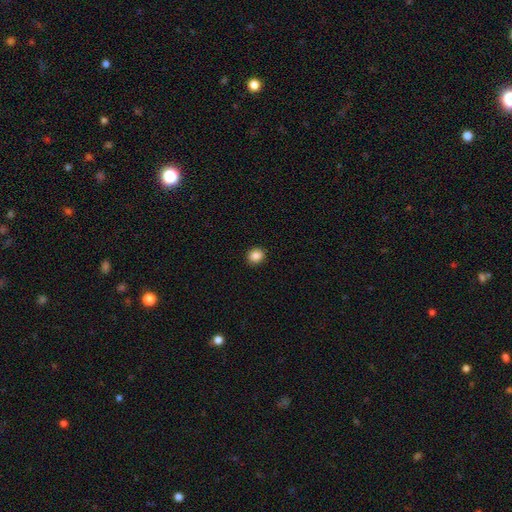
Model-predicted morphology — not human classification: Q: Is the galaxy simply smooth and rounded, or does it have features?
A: smooth — 87%.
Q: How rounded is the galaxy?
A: round — 75%.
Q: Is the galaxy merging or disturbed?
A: none — 92%.